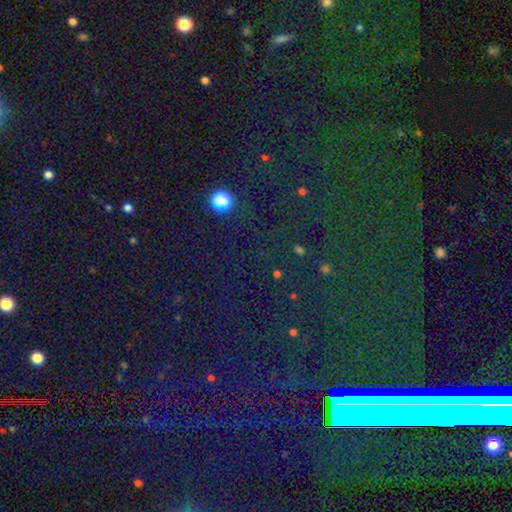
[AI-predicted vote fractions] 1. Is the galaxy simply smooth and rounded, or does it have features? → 73% star or artifact, 17% smooth, 10% featured or disk.